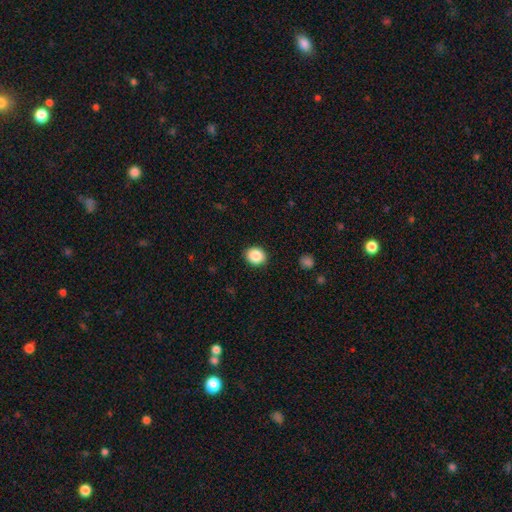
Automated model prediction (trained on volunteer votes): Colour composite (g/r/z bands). It shows a smooth galaxy with no disk features (87%) that is round (70%). Merging: none (90%).